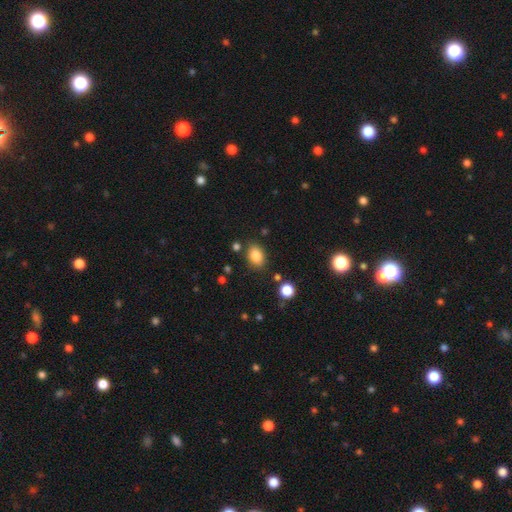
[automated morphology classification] Overall: smooth (84%). How rounded: in between (75%). Merging: none (81%).